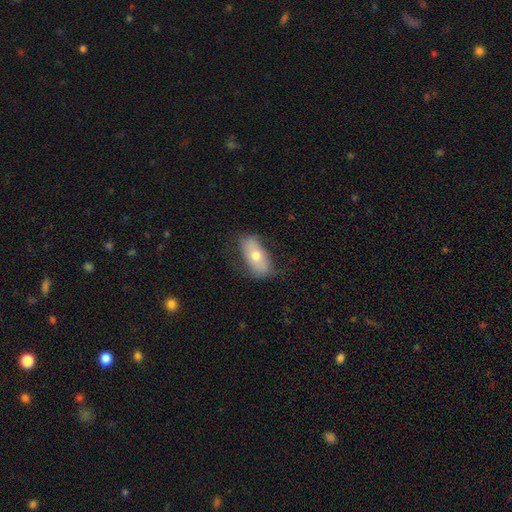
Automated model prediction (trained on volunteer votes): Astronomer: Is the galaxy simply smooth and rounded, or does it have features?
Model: smooth — 56% (runner-up: featured or disk, 36%).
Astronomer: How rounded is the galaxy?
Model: in between — 88%.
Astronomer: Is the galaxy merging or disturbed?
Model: none — 72%.